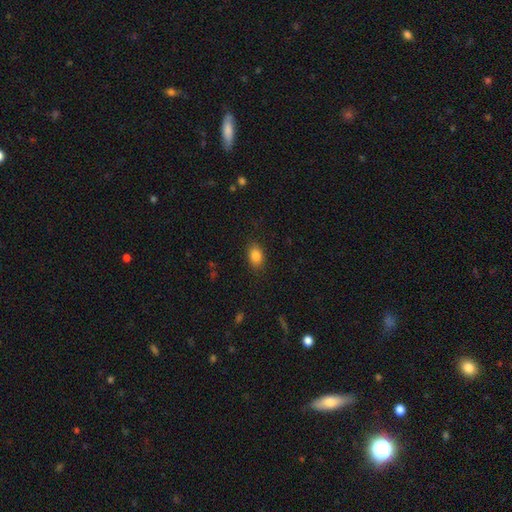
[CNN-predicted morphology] This is clearly a smooth galaxy (86%). How rounded: clearly in between (80%). Merging: clearly none (86%).